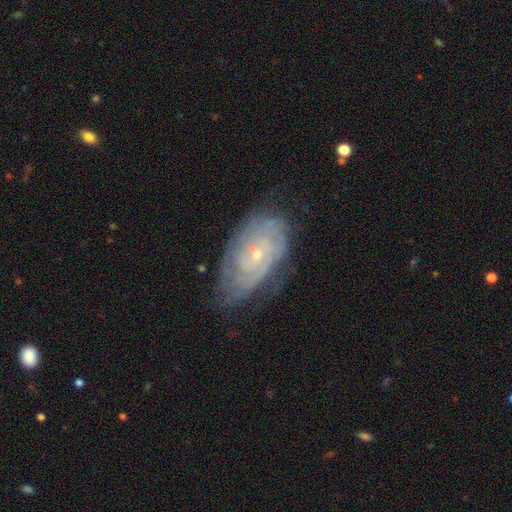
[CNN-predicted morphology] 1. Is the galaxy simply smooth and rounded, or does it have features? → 82% featured or disk, 11% smooth, 7% star or artifact.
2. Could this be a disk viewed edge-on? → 96% no, 4% yes.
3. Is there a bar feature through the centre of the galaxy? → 73% no, 23% weak, 5% strong.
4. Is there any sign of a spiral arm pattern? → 94% yes, 6% no.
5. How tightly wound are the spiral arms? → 75% tight, 21% medium, 5% loose.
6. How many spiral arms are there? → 40% can't tell, 26% 2, 14% 3, 10% 4, 5% more than 4, 5% 1.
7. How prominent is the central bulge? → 79% small, 17% moderate, 2% none, 1% large, 1% dominant.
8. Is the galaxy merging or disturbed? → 67% none, 23% minor disturbance, 8% major disturbance, 1% merger.